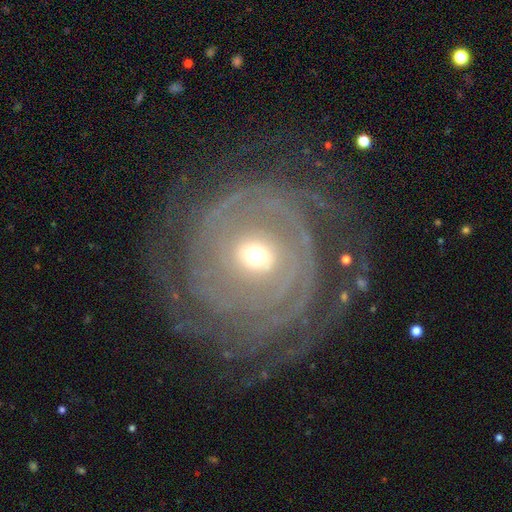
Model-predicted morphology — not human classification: type=featured or disk (84%); edge-on=no (97%); bar=no (63%); spiral arms=yes (90%); winding=tight (66%); arm count=2 (34%); bulge=moderate (49%); merging=none (68%).